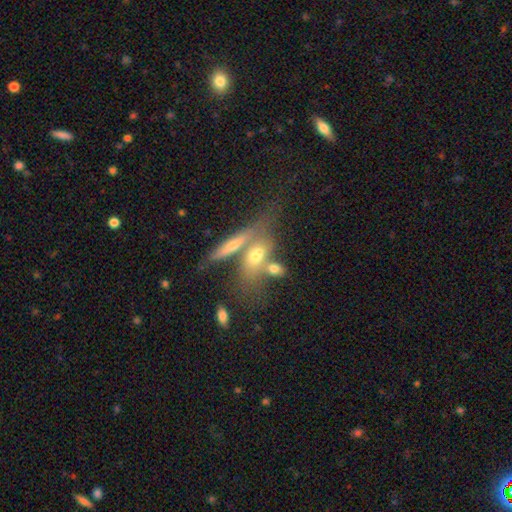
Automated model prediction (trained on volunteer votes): Q: Smooth or featured?
A: smooth (50%); runner-up: featured or disk (40%)
Q: Merging?
A: merger (41%); runner-up: none (36%)